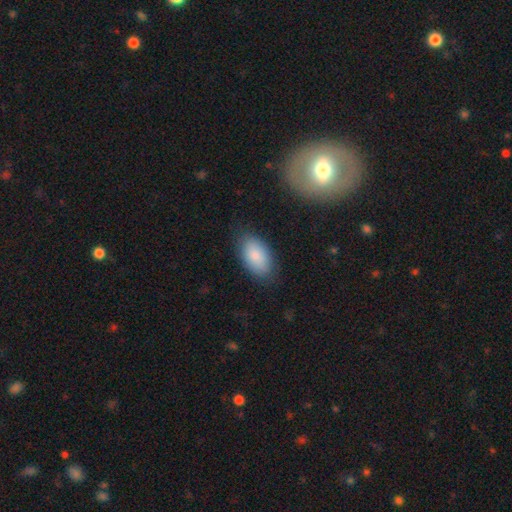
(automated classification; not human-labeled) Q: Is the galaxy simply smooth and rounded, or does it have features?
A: smooth — 86%.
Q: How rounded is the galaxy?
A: in between — 94%.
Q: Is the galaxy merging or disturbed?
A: none — 82%.